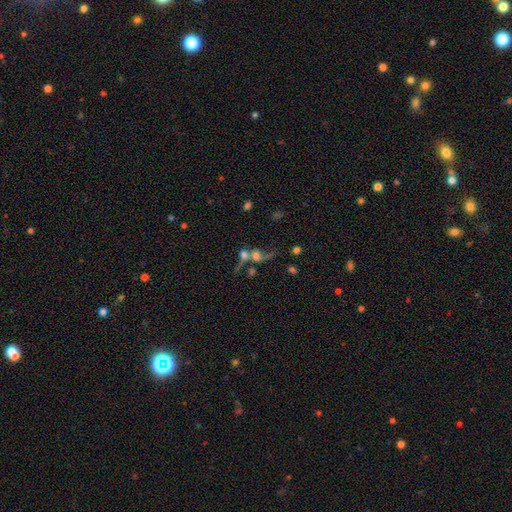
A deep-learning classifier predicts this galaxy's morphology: The model was most divided on "smooth or featured": smooth: 43%, featured or disk: 39%, star or artifact: 19%. More confident: merging — merger (60%).